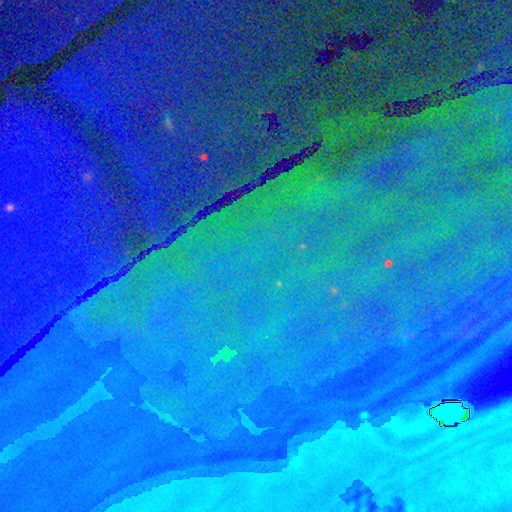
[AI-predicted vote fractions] Morphology: type=star or artifact (85%).